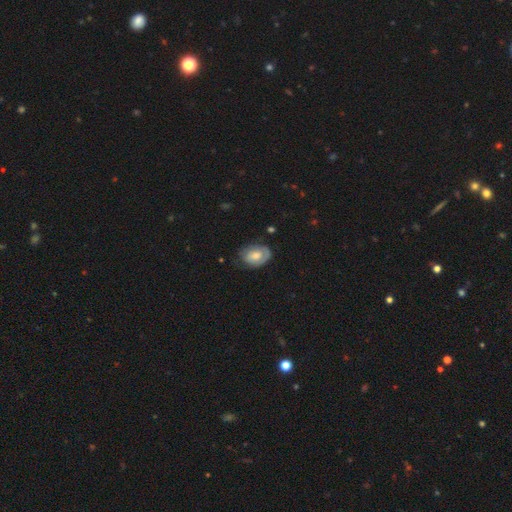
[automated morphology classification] Overall: featured or disk (47%, tied with smooth). Merging: none (63%; minor disturbance 25%).